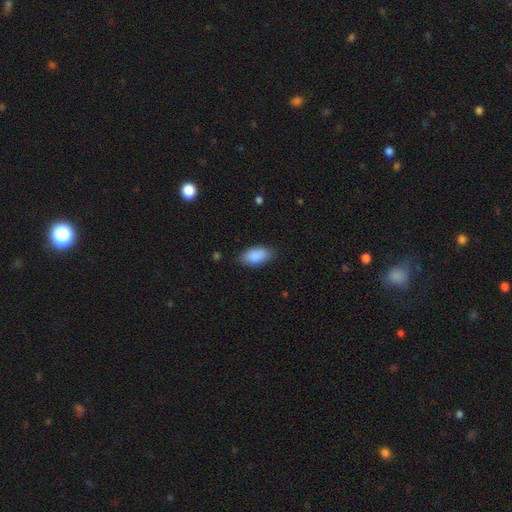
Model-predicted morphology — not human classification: Smooth or featured? Predicted: smooth (p=0.89). How rounded? Predicted: in between (p=0.93). Merging? Predicted: none (p=0.81).